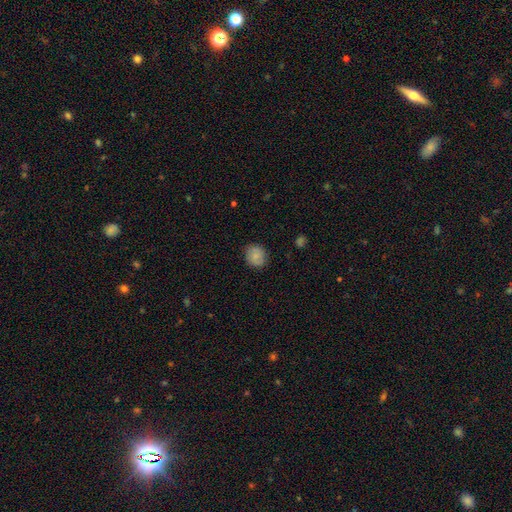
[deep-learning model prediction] Morphology: type=smooth (81%); roundness=round (73%); merging=none (83%).